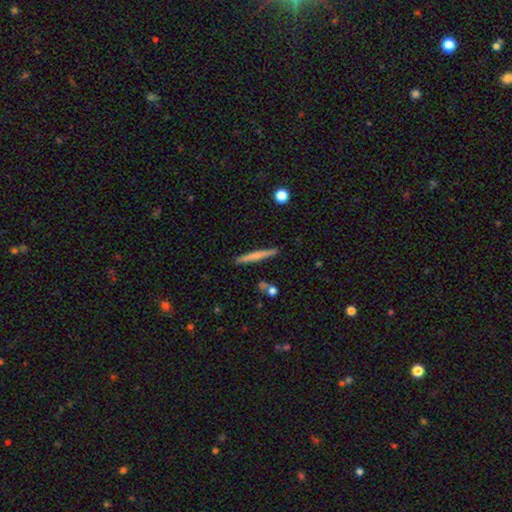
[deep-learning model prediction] Q: Smooth or featured?
A: smooth (63%); runner-up: featured or disk (32%)
Q: How rounded?
A: cigar-shaped (96%); runner-up: in between (3%)
Q: Merging?
A: none (89%); runner-up: minor disturbance (7%)